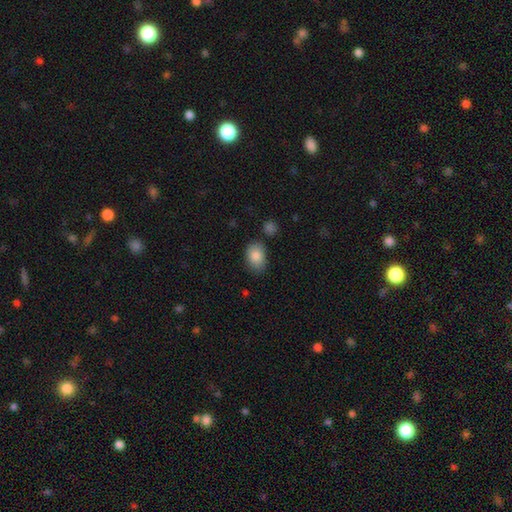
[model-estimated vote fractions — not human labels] smooth-or-featured: smooth: 86% | star or artifact: 7% | featured or disk: 7%
  how-rounded: in between: 82% | round: 17% | cigar-shaped: 1%
  merging: none: 73% | minor disturbance: 19% | merger: 4% | major disturbance: 4%